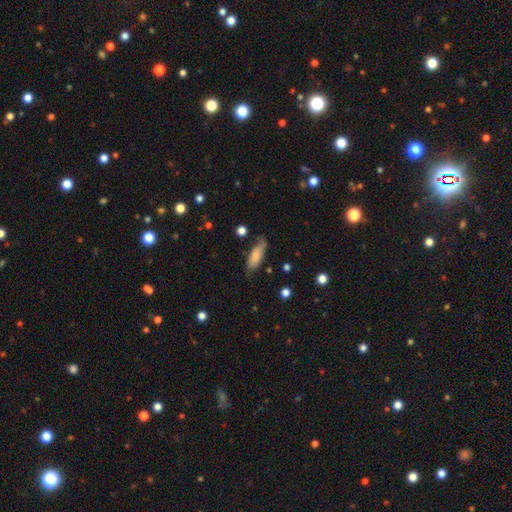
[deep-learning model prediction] smooth-or-featured: smooth: 78% | featured or disk: 15% | star or artifact: 7%
  how-rounded: in between: 71% | cigar-shaped: 27% | round: 2%
  merging: none: 65% | minor disturbance: 26% | major disturbance: 6% | merger: 2%